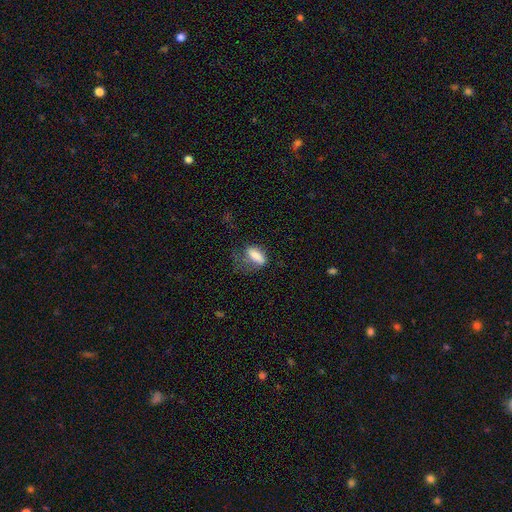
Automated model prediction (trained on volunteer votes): Overall: smooth (72%). How rounded: in between (72%). Merging: major disturbance (41%; none 30%).